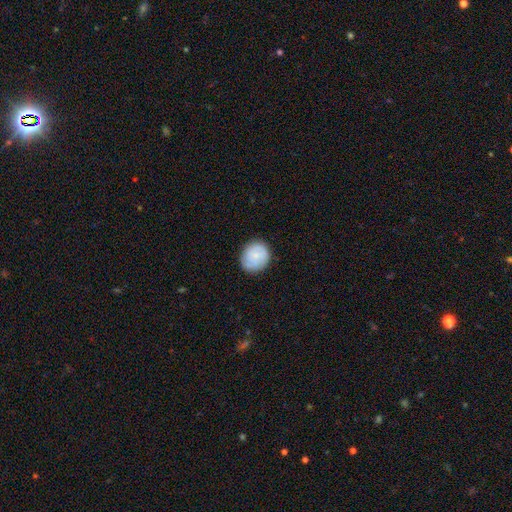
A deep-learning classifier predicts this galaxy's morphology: Smooth or featured? Predicted: smooth (p=0.72). How rounded? Predicted: round (p=0.78). Merging? Predicted: none (p=0.83).